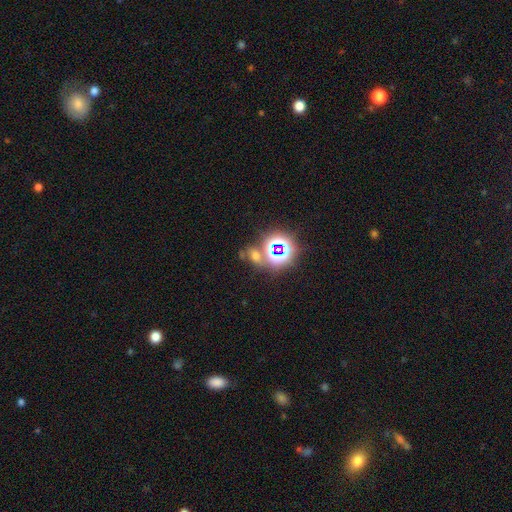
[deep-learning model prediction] A star or artifact, not a galaxy (52%).

Vote fractions:
- Smooth or featured? star or artifact: 52% / smooth: 34% / featured or disk: 14%